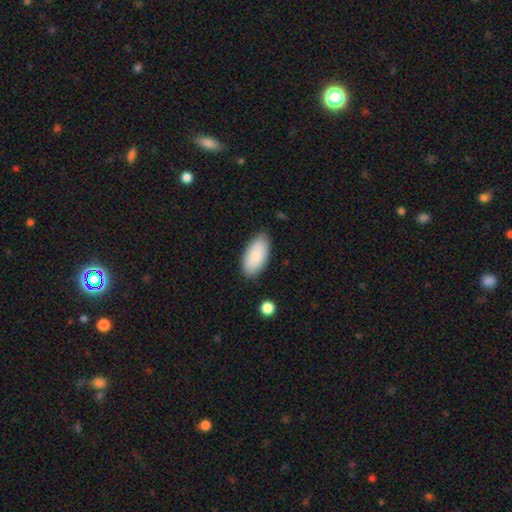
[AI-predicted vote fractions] Q: Smooth or featured?
A: smooth (84%); runner-up: featured or disk (10%)
Q: How rounded?
A: in between (94%); runner-up: cigar-shaped (4%)
Q: Merging?
A: none (83%); runner-up: minor disturbance (13%)